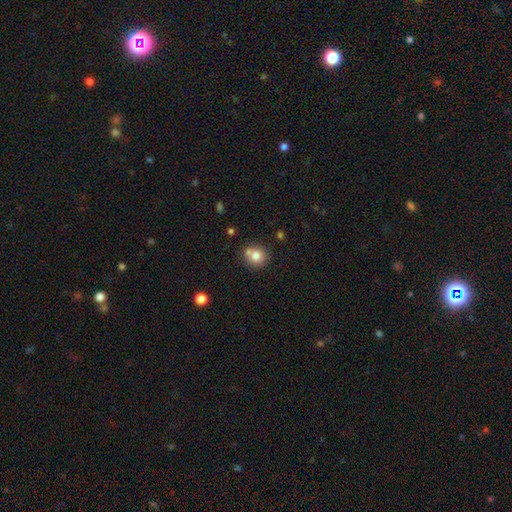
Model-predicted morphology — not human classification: Smooth or featured? smooth (78%)
How rounded? round (82%)
Merging? none (63%)